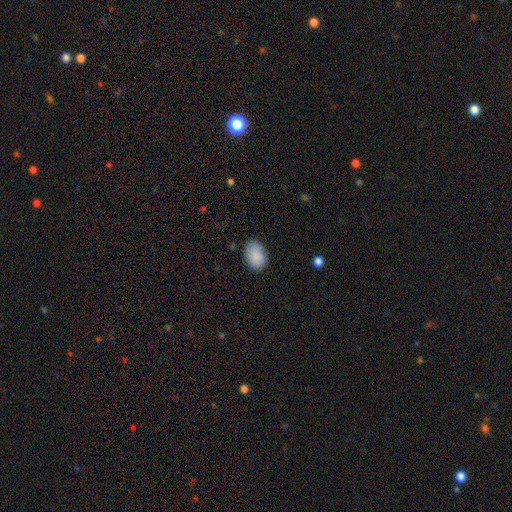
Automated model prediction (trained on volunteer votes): smooth-or-featured: smooth: 88% | star or artifact: 7% | featured or disk: 5%
  how-rounded: in between: 86% | round: 13% | cigar-shaped: 1%
  merging: none: 77% | minor disturbance: 18% | major disturbance: 4% | merger: 2%